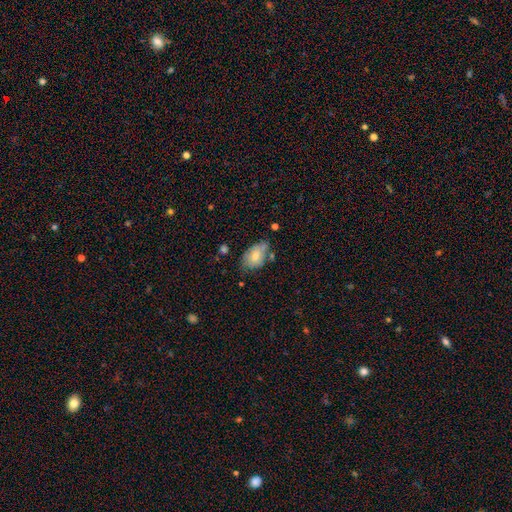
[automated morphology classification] smooth-or-featured: smooth: 72% | featured or disk: 20% | star or artifact: 7%
  how-rounded: in between: 88% | round: 11% | cigar-shaped: 2%
  merging: none: 53% | minor disturbance: 30% | merger: 9% | major disturbance: 8%